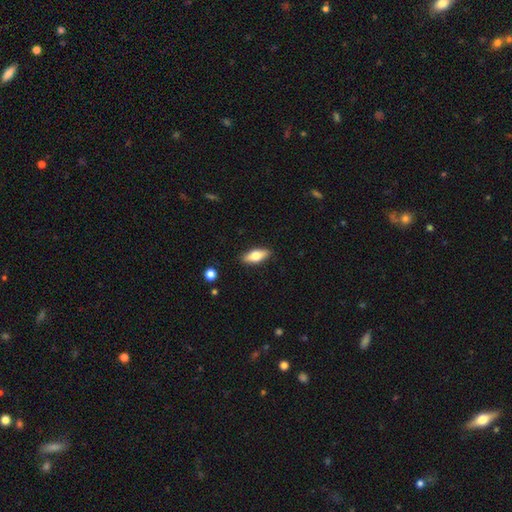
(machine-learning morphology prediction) Smooth or featured?
  - smooth: 63% *
  - featured or disk: 31%
  - star or artifact: 6%
How rounded?
  - in between: 73% *
  - cigar-shaped: 24%
  - round: 3%
Merging?
  - none: 88% *
  - minor disturbance: 9%
  - major disturbance: 2%
  - merger: 1%